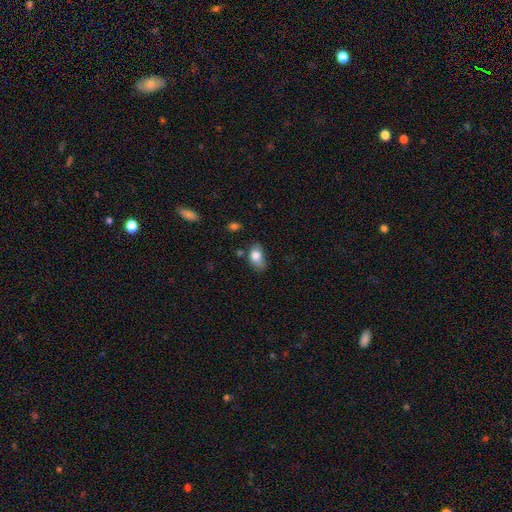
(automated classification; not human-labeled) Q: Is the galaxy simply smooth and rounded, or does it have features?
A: smooth — 81%.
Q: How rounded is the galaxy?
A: in between — 86%.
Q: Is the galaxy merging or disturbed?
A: none — 51%.